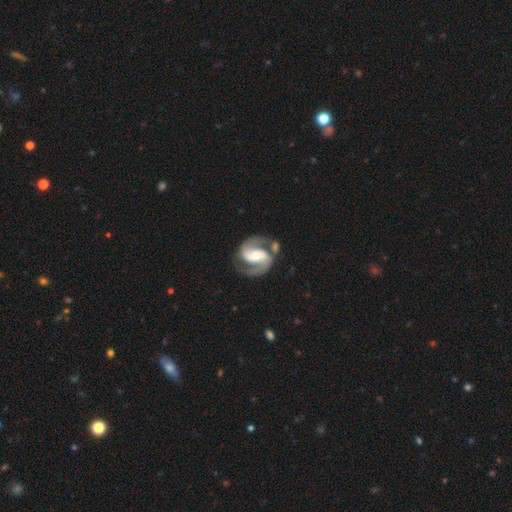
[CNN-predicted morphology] Q: Smooth or featured?
A: featured or disk (91%); runner-up: smooth (5%)
Q: Edge-on disk?
A: no (98%); runner-up: yes (2%)
Q: Bar?
A: strong (44%); runner-up: weak (35%)
Q: Spiral arms?
A: yes (98%); runner-up: no (2%)
Q: Spiral winding?
A: medium (61%); runner-up: tight (23%)
Q: Spiral arm count?
A: 2 (94%); runner-up: can't tell (2%)
Q: Bulge size?
A: moderate (54%); runner-up: small (30%)
Q: Merging?
A: none (73%); runner-up: minor disturbance (13%)